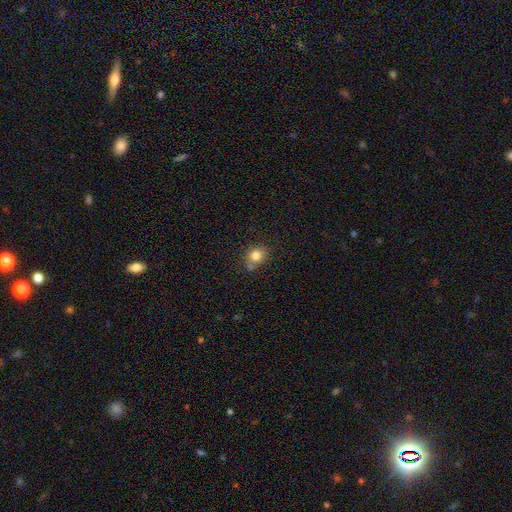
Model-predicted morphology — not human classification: Smooth or featured?
  - smooth: 80% *
  - star or artifact: 11%
  - featured or disk: 9%
How rounded?
  - round: 72% *
  - in between: 27%
  - cigar-shaped: 1%
Merging?
  - none: 65% *
  - minor disturbance: 20%
  - merger: 11%
  - major disturbance: 5%